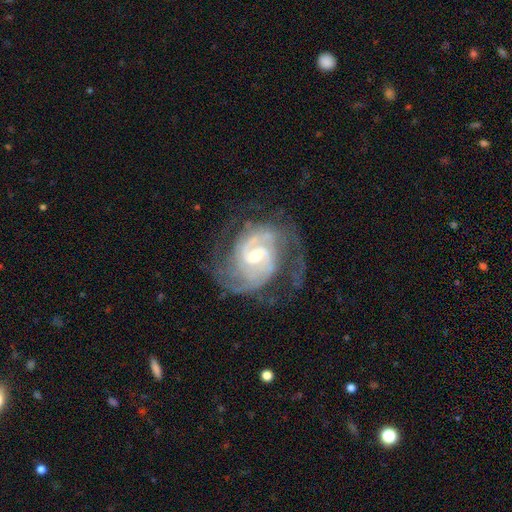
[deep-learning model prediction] smooth_or_featured: featured or disk (p=0.91) [alt: star or artifact p=0.05]
disk_edge_on: no (p=0.98) [alt: yes p=0.02]
bar: weak (p=0.46) [alt: no p=0.41]
has_spiral_arms: yes (p=0.98) [alt: no p=0.02]
spiral_winding: tight (p=0.53) [alt: medium p=0.38]
spiral_arm_count: 2 (p=0.53) [alt: 3 p=0.17]
bulge_size: moderate (p=0.51) [alt: small p=0.44]
merging: none (p=0.65) [alt: minor disturbance p=0.19]